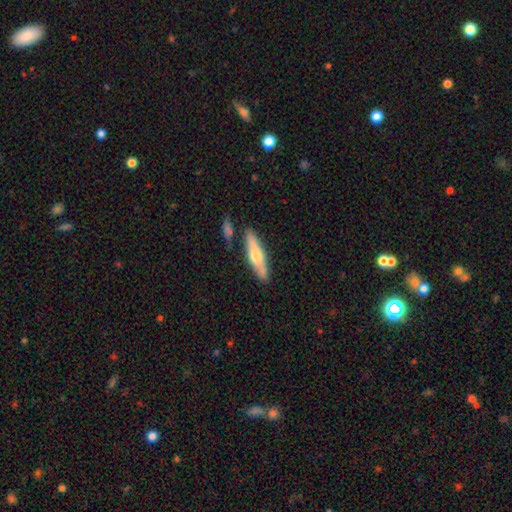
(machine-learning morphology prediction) The model was most divided on "smooth or featured": featured or disk: 48%, smooth: 47%, star or artifact: 5%. More confident: merging — none (79%).